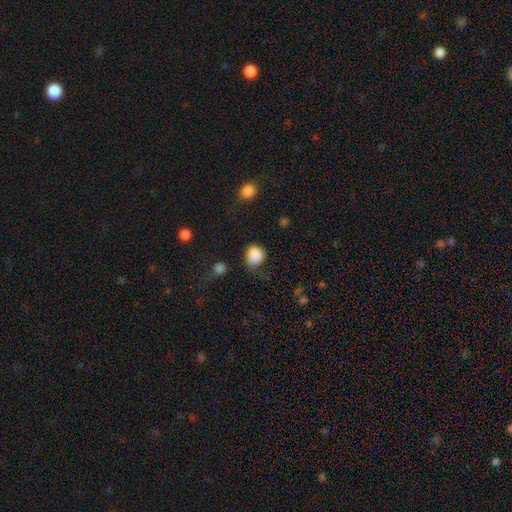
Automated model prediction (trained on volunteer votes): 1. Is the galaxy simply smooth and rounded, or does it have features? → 87% smooth, 9% star or artifact, 4% featured or disk.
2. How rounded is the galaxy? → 77% round, 22% in between, 1% cigar-shaped.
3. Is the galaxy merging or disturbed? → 67% none, 21% minor disturbance, 8% major disturbance, 3% merger.